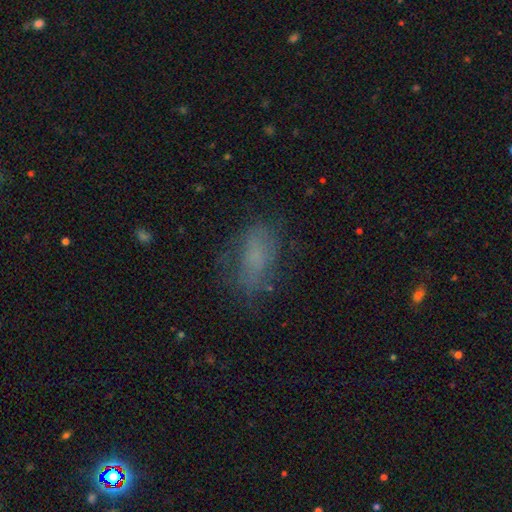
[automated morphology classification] smooth 64%, featured or disk 21%, star or artifact 15%. Down the decision tree: how rounded — in between (86%); merging — none (63%).